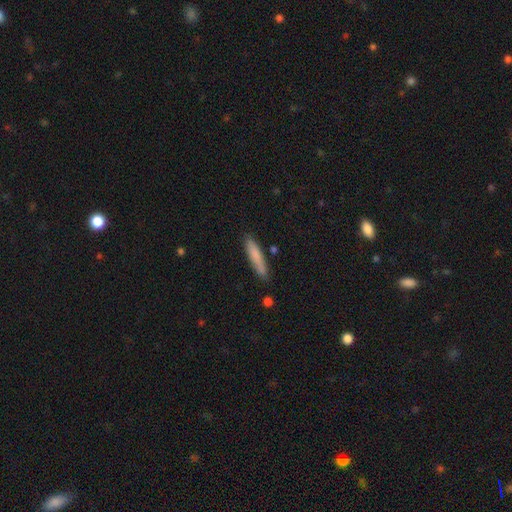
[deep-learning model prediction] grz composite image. It shows a smooth galaxy with no disk features (78%) that is cigar-shaped (90%). Merging: none (83%).